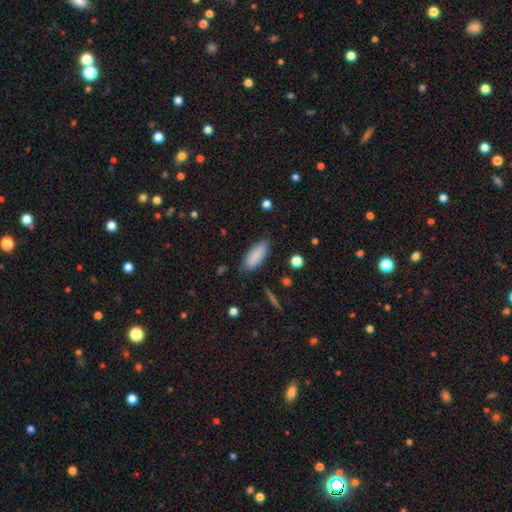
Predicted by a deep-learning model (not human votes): Smooth or featured? smooth (87%)
How rounded? in between (73%)
Merging? none (80%)